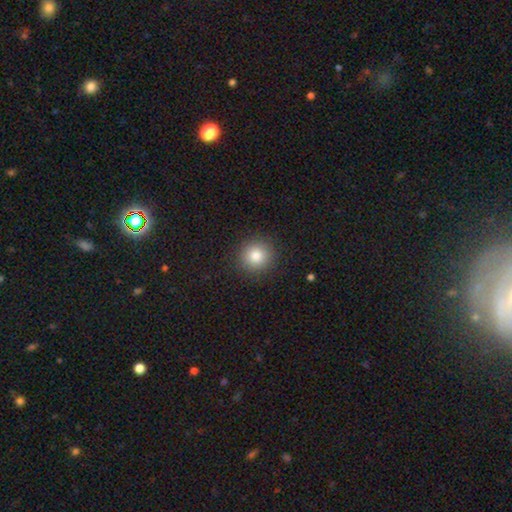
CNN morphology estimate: Smooth or featured: smooth — 83% (star or artifact — 11%)
How rounded: round — 93% (in between — 6%)
Merging: none — 91% (minor disturbance — 6%)